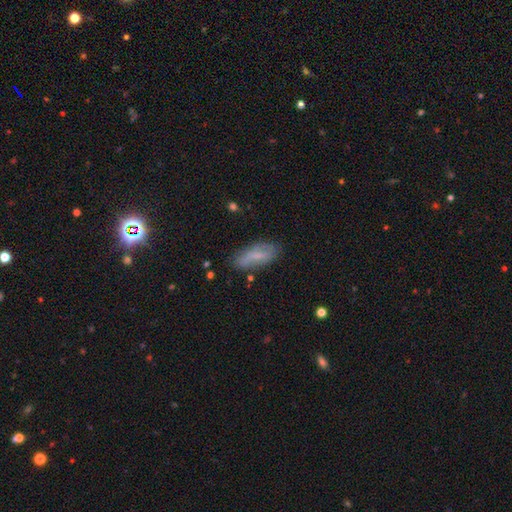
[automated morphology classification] This is possibly a smooth galaxy (59%). How rounded: likely in between (70%). Merging: likely none (71%).